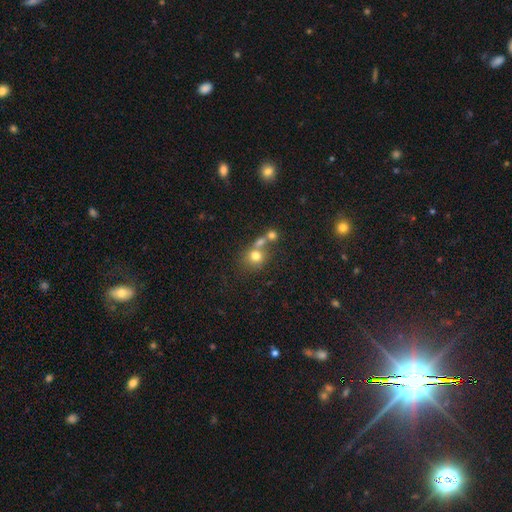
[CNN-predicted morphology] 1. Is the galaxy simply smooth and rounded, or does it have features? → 72% smooth, 14% featured or disk, 14% star or artifact.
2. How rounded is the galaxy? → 80% round, 19% in between, 1% cigar-shaped.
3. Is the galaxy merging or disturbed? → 43% merger (tied), 43% none (tied), 9% minor disturbance, 5% major disturbance.